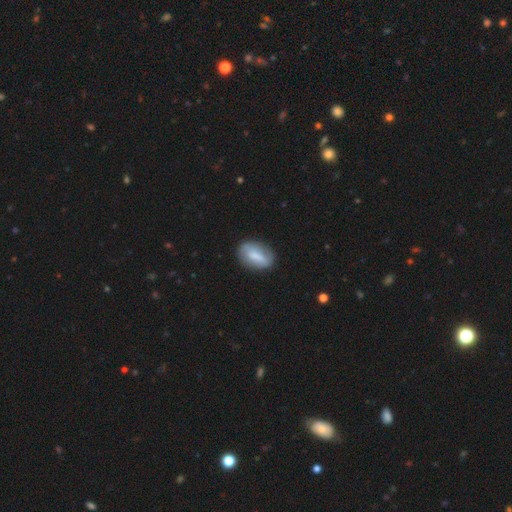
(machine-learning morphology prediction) Smooth or featured: smooth — 65% (featured or disk — 29%)
How rounded: in between — 86% (round — 10%)
Merging: none — 76% (minor disturbance — 18%)